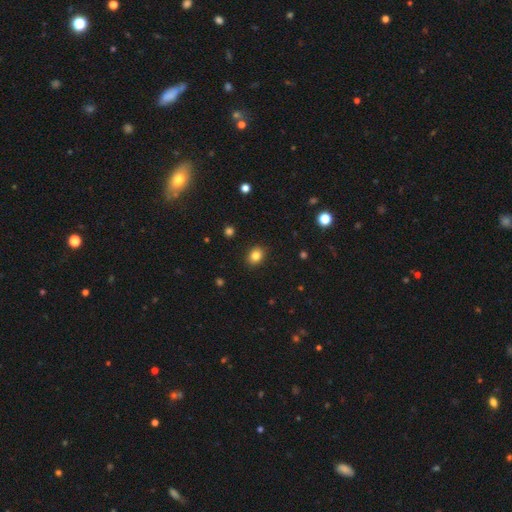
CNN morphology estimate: This appears to be a smooth galaxy with no disk features (83%) that is round (53%). Merging: none (89%).